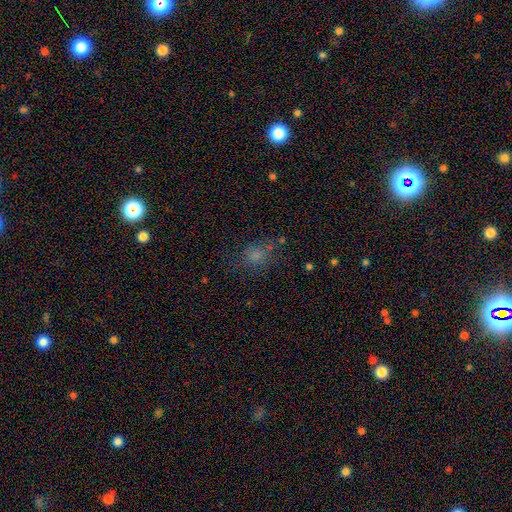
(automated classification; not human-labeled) Smooth or featured?
  - smooth: 66% *
  - star or artifact: 21%
  - featured or disk: 13%
How rounded?
  - in between: 50% *
  - round: 48%
  - cigar-shaped: 3%
Merging?
  - none: 54% *
  - minor disturbance: 23%
  - major disturbance: 18%
  - merger: 5%